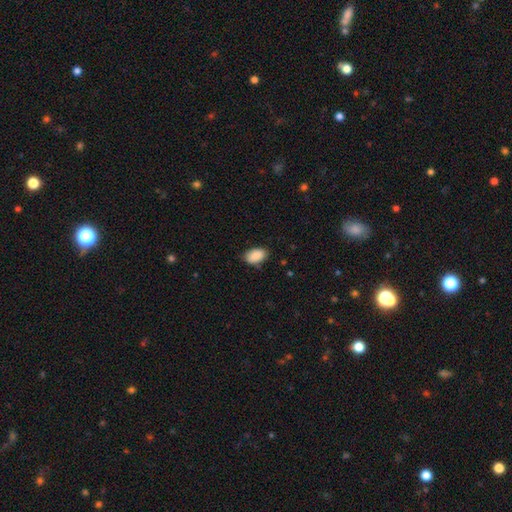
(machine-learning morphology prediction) Q: Smooth or featured?
A: smooth (90%); runner-up: star or artifact (7%)
Q: How rounded?
A: in between (92%); runner-up: round (6%)
Q: Merging?
A: none (82%); runner-up: minor disturbance (15%)